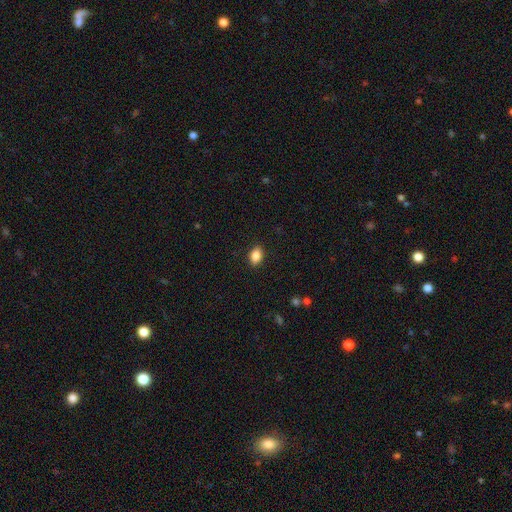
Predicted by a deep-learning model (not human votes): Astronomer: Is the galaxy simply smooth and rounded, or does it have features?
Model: smooth — 86%.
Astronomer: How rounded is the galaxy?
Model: in between — 84%.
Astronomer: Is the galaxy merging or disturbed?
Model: none — 90%.